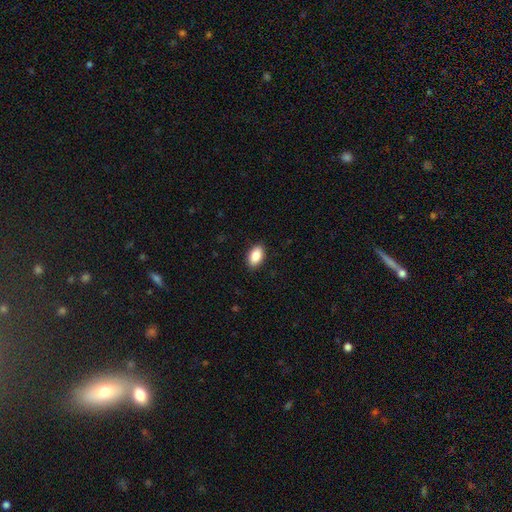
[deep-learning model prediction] The model was most divided on "smooth or featured": smooth: 87%, star or artifact: 7%, featured or disk: 6%. More confident: how rounded — in between (93%); merging — none (90%).